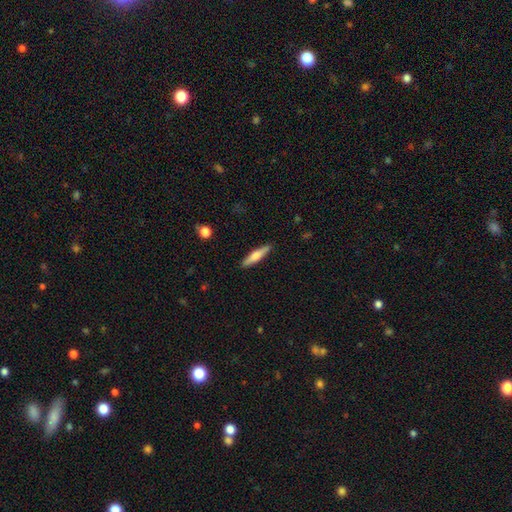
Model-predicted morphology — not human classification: Smooth or featured?
  - smooth: 56% *
  - featured or disk: 39%
  - star or artifact: 6%
How rounded?
  - cigar-shaped: 85% *
  - in between: 13%
  - round: 2%
Merging?
  - none: 90% *
  - minor disturbance: 7%
  - major disturbance: 2%
  - merger: 1%